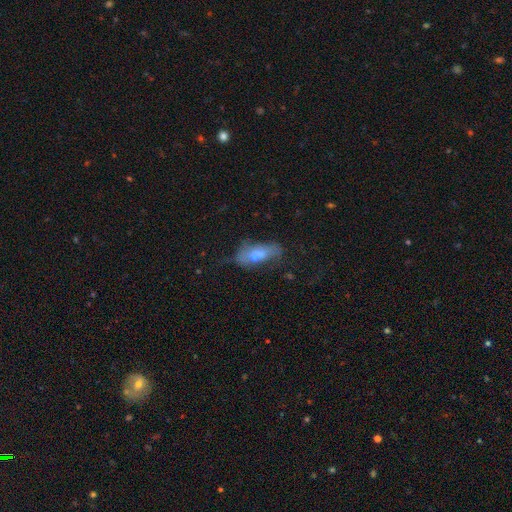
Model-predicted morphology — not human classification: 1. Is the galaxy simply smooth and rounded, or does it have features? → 53% smooth, 35% featured or disk, 13% star or artifact.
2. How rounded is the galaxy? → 72% in between, 24% cigar-shaped, 4% round.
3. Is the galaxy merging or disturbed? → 39% none, 26% minor disturbance, 22% major disturbance, 13% merger.